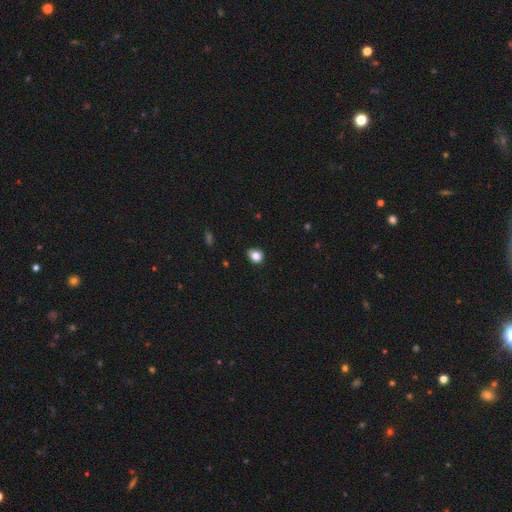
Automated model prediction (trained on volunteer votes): Overall: smooth (83%). How rounded: round (60%; in between 39%). Merging: none (74%).